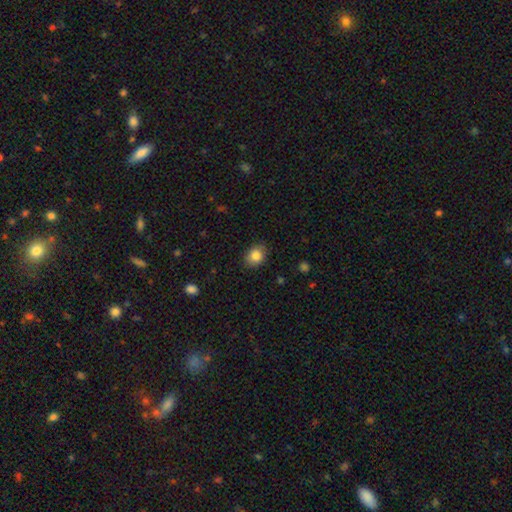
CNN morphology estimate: Smooth or featured? smooth (85%)
How rounded? in between (54%)
Merging? none (84%)